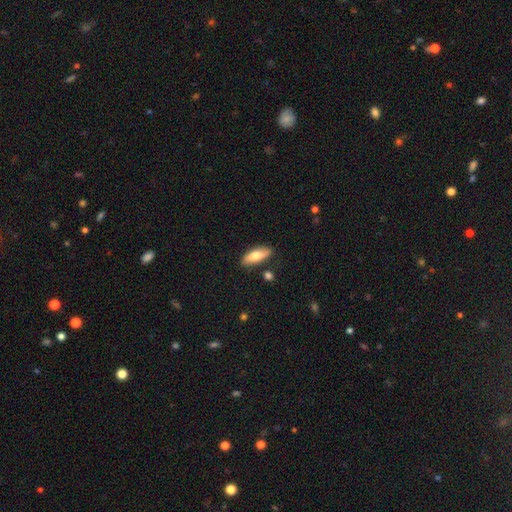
Q: Smooth or featured?
A: smooth (74%); runner-up: featured or disk (21%)
Q: How rounded?
A: in between (82%); runner-up: cigar-shaped (14%)
Q: Merging?
A: none (78%); runner-up: minor disturbance (14%)